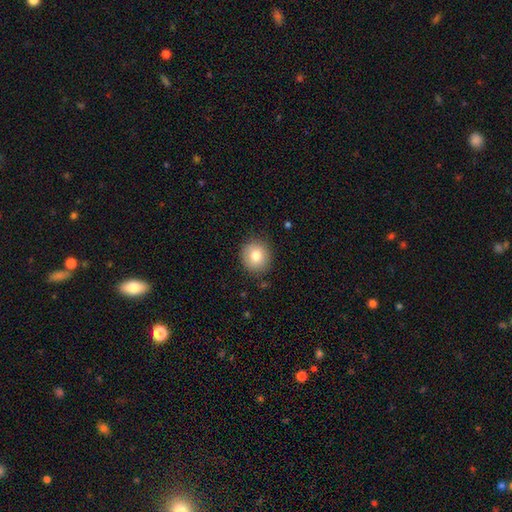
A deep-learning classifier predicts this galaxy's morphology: The model was most divided on "smooth or featured": smooth: 80%, featured or disk: 11%, star or artifact: 9%. More confident: how rounded — round (88%); merging — none (88%).